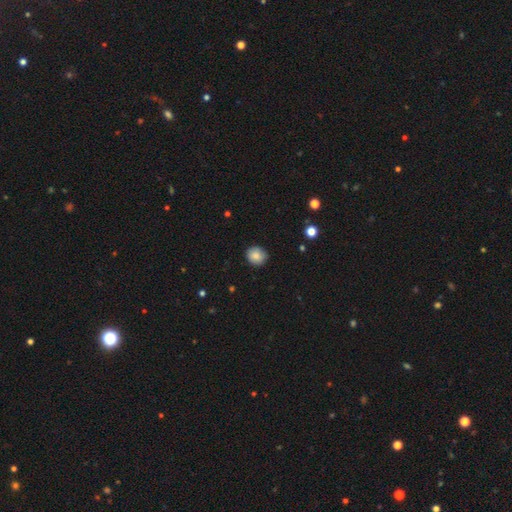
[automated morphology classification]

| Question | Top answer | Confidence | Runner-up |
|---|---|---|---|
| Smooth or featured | smooth | 85% | star or artifact (8%) |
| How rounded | round | 83% | in between (16%) |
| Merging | none | 85% | minor disturbance (12%) |